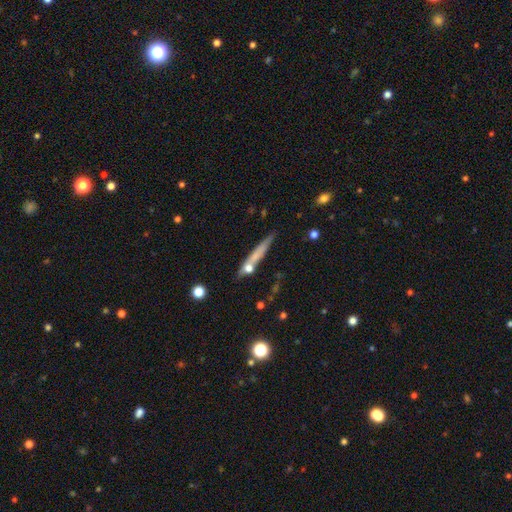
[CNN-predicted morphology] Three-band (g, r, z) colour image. It shows a smooth galaxy with no disk features (52%) that is cigar-shaped (93%). Merging: none (72%).